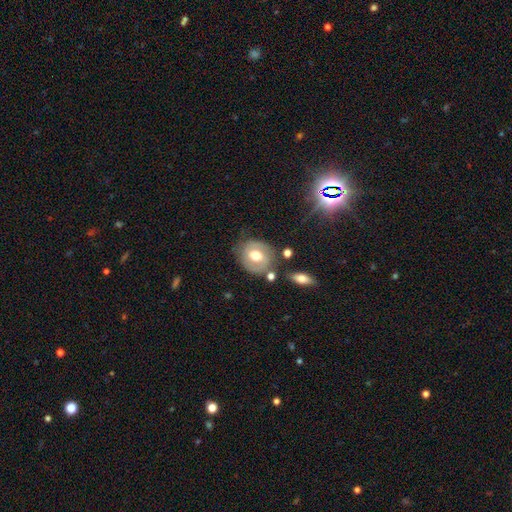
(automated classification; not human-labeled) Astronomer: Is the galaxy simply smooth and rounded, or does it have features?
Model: featured or disk — 49% (runner-up: smooth, 44%).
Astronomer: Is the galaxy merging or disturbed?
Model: none — 69%.